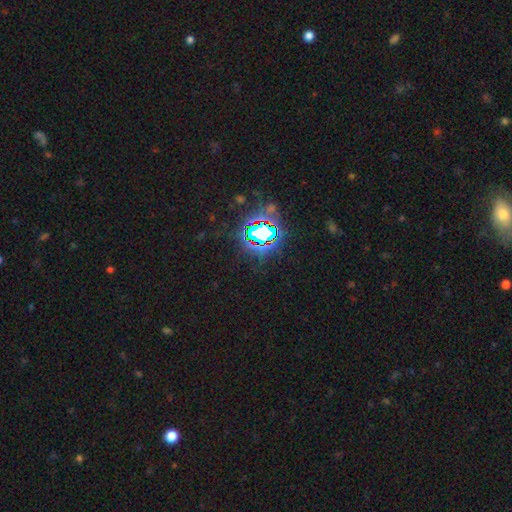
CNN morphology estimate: Smooth or featured: star or artifact — 82% (smooth — 11%)